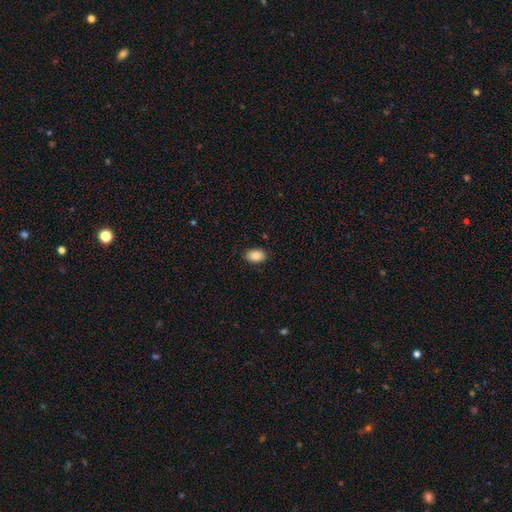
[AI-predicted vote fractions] Overall: smooth (88%). How rounded: in between (89%). Merging: none (87%).